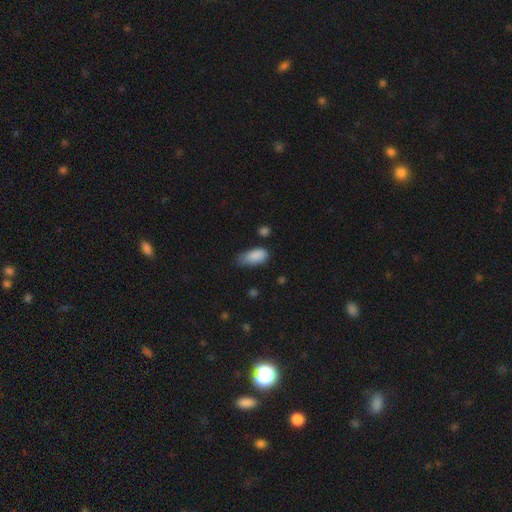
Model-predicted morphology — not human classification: The model was most divided on "merging": minor disturbance: 44%, none: 42%, major disturbance: 11%, merger: 3%. More confident: how rounded — in between (91%); smooth or featured — smooth (87%).